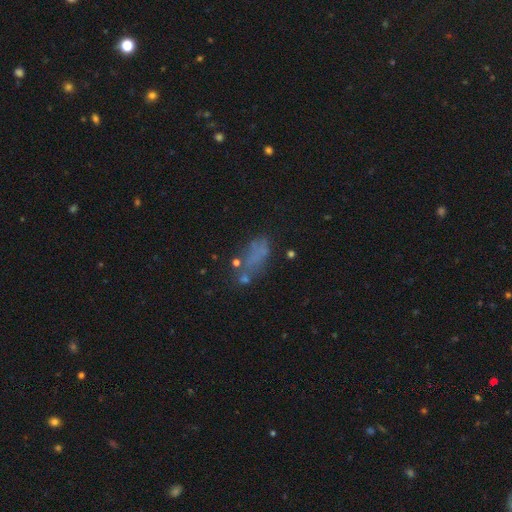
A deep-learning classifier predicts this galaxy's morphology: A smooth galaxy with no disk features (51%) that is in between round and cigar-shaped (74%). Merging: none (44%).